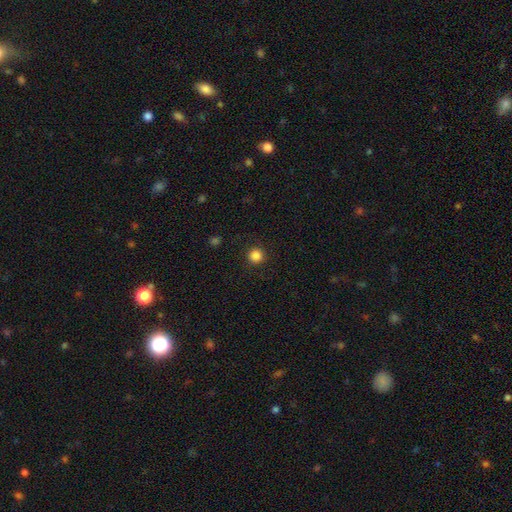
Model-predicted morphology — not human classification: This is clearly a smooth galaxy (86%). How rounded: clearly round (95%). Merging: clearly none (92%).